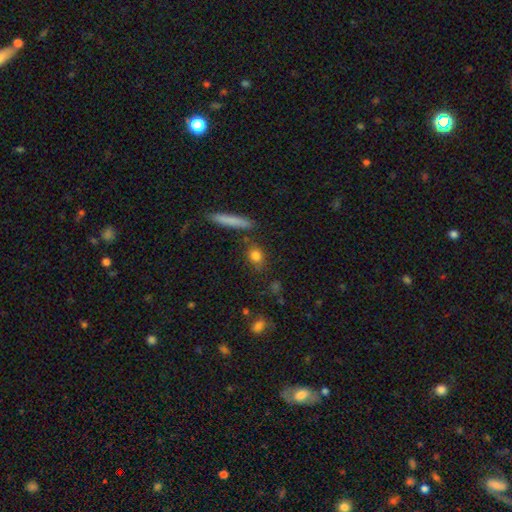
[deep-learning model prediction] Overall: smooth (81%). How rounded: round (45%; in between 42%). Merging: none (77%).